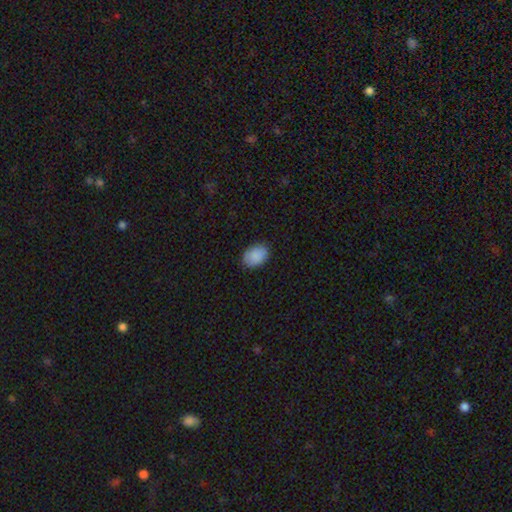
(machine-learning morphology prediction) A smooth galaxy with no disk features (90%) that is in between round and cigar-shaped (81%). Merging: none (87%).